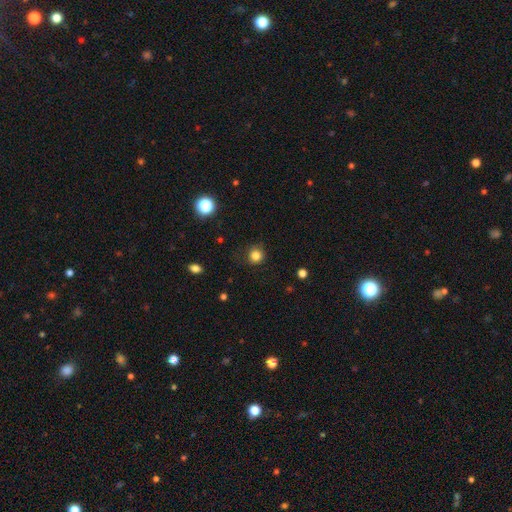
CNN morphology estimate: A smooth galaxy with no disk features (82%) that is round (91%).

Vote fractions:
- Smooth or featured? smooth: 82% / star or artifact: 13% / featured or disk: 5%
- How rounded? round: 91% / in between: 8% / cigar-shaped: 1%
- Merging? none: 83% / minor disturbance: 12% / major disturbance: 4% / merger: 1%